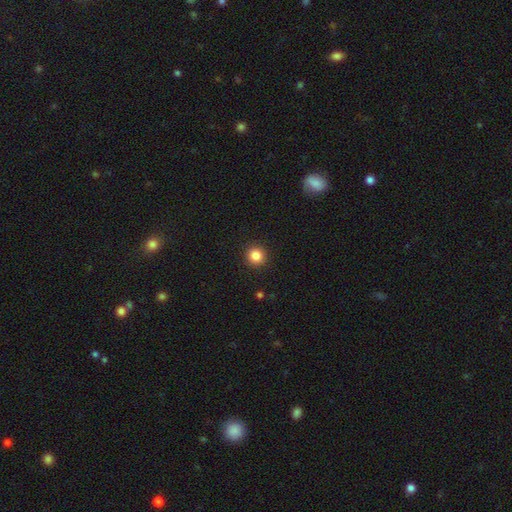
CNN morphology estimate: A smooth galaxy with no disk features (85%) that is round (94%). Merging: none (92%).